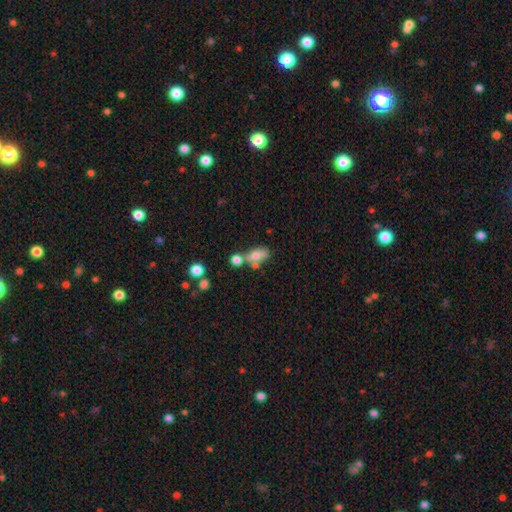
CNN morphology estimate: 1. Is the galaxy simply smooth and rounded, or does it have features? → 65% smooth, 23% featured or disk, 11% star or artifact.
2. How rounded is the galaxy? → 76% in between, 13% round, 11% cigar-shaped.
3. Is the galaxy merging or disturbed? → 38% none, 37% merger, 16% minor disturbance, 9% major disturbance.